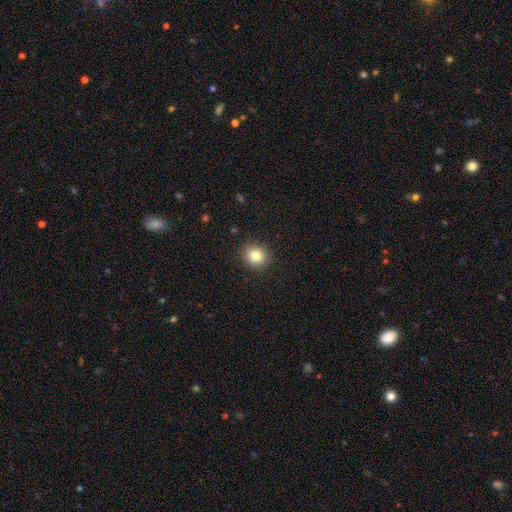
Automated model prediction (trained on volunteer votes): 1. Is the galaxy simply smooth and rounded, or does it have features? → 81% smooth, 11% star or artifact, 8% featured or disk.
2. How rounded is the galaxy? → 87% round, 12% in between, 1% cigar-shaped.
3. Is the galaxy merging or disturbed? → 91% none, 6% minor disturbance, 2% major disturbance, 1% merger.